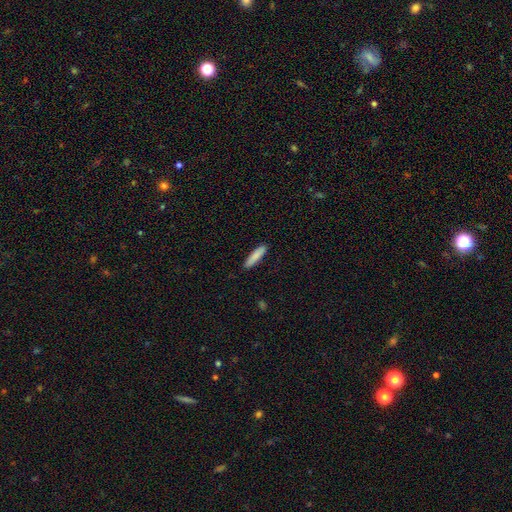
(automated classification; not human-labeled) The model was most divided on "how rounded": cigar-shaped: 83%, in between: 16%, round: 1%. More confident: merging — none (89%); smooth or featured — smooth (85%).